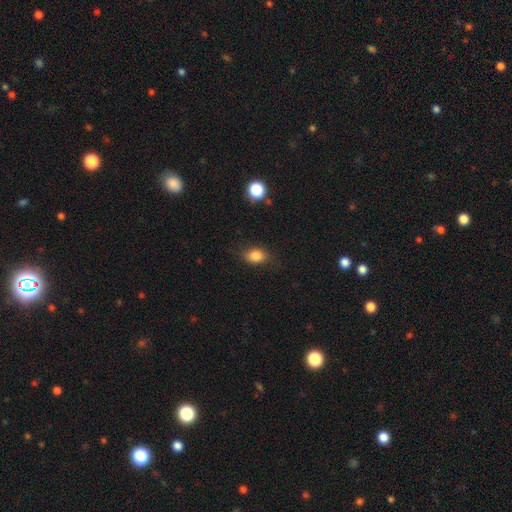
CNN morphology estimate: This is clearly a smooth galaxy (83%). How rounded: likely in between (70%). Merging: clearly none (80%).